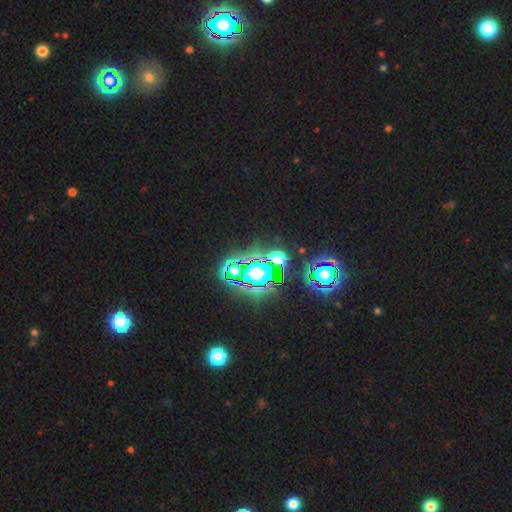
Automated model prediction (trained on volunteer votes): Smooth or featured? Predicted: star or artifact (p=0.80).